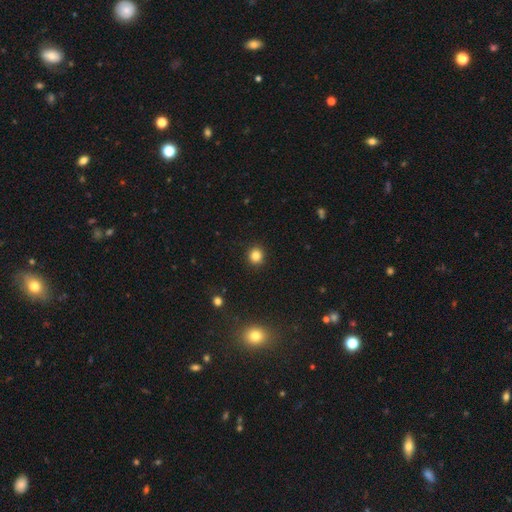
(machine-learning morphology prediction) Smooth or featured? Predicted: smooth (p=0.83). How rounded? Predicted: round (p=0.90). Merging? Predicted: none (p=0.91).